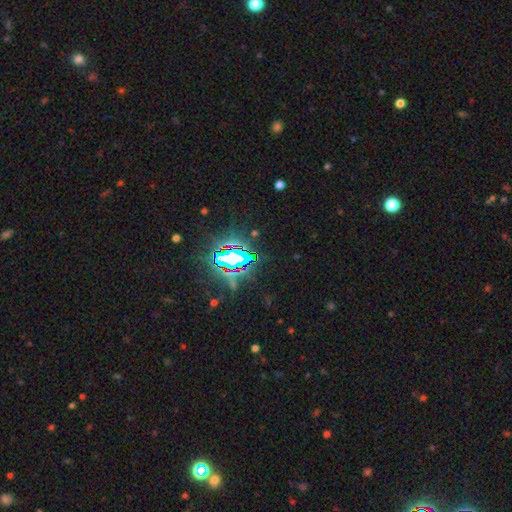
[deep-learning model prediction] This appears to be a star or artifact, not a galaxy (81%).